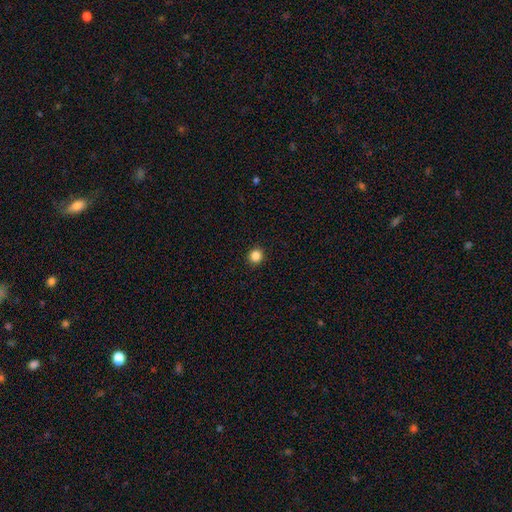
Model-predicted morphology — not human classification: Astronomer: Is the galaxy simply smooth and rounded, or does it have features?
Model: smooth — 85%.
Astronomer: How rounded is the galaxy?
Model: round — 91%.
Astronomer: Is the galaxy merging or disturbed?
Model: none — 93%.